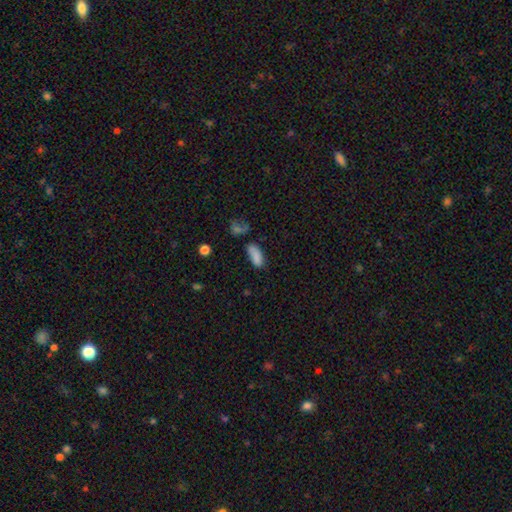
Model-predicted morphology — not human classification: Smooth or featured?
  - smooth: 82% *
  - star or artifact: 11%
  - featured or disk: 7%
How rounded?
  - in between: 77% *
  - cigar-shaped: 20%
  - round: 3%
Merging?
  - none: 52% *
  - minor disturbance: 25%
  - merger: 11%
  - major disturbance: 11%